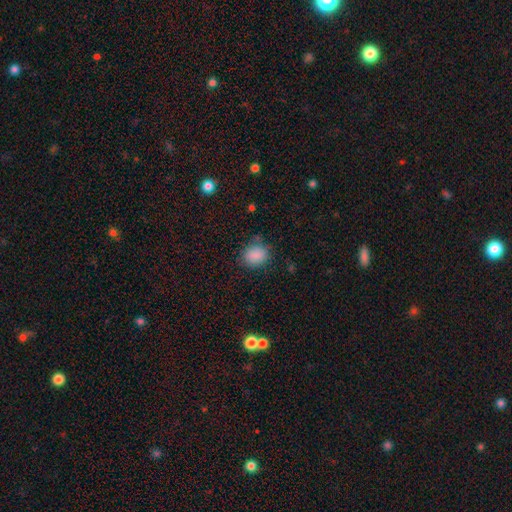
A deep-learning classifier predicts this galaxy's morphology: Smooth or featured?
  - smooth: 87% *
  - star or artifact: 9%
  - featured or disk: 4%
How rounded?
  - round: 50% *
  - in between: 49%
  - cigar-shaped: 1%
Merging?
  - none: 77% *
  - minor disturbance: 16%
  - major disturbance: 5%
  - merger: 2%